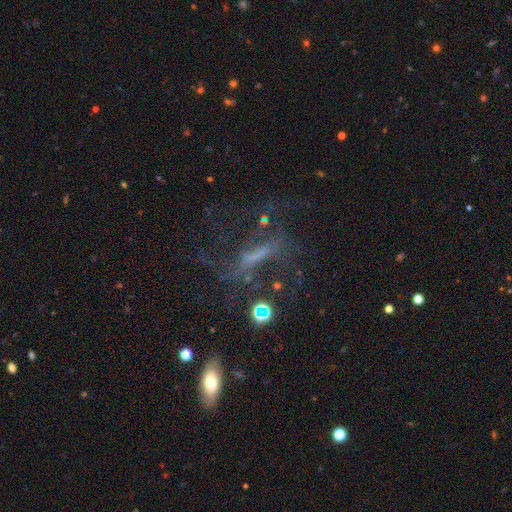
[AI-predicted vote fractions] This is possibly a featured or disk galaxy (58%). It is clearly not viewed edge-on (82%). Merging: possibly none (49%).